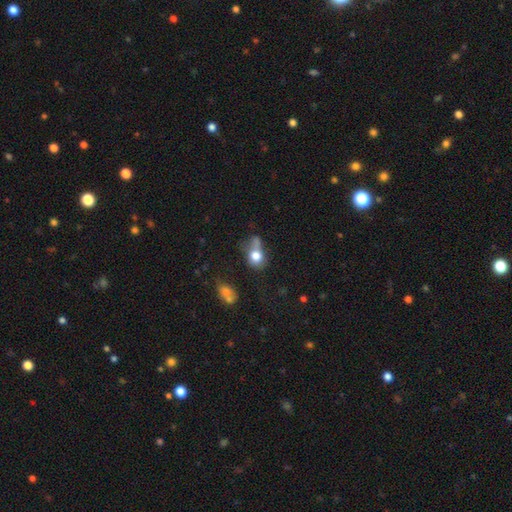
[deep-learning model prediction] Smooth or featured? smooth (75%)
How rounded? round (55%)
Merging? none (32%)